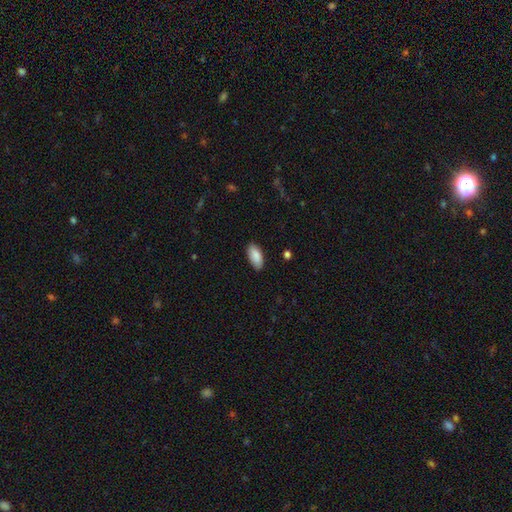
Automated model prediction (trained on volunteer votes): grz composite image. It shows a smooth galaxy with no disk features (89%) that is in between round and cigar-shaped (92%). Merging: none (86%).